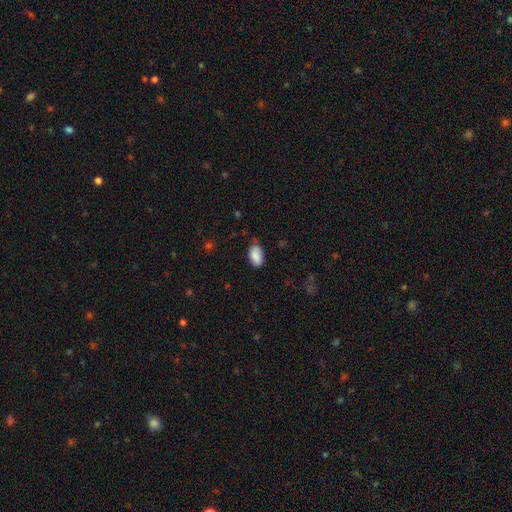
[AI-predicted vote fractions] The model was most divided on "merging": none: 77%, minor disturbance: 19%, major disturbance: 3%, merger: 1%. More confident: how rounded — in between (93%); smooth or featured — smooth (88%).